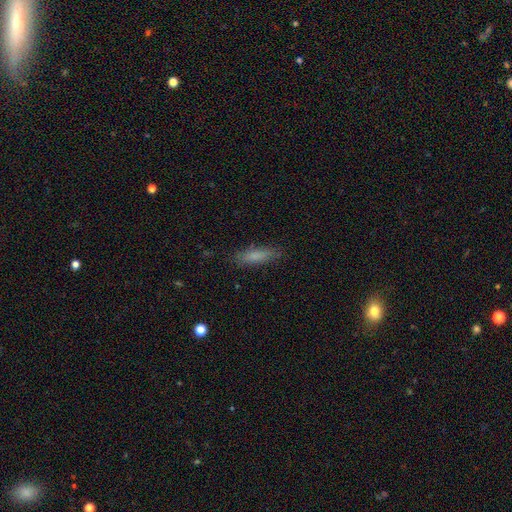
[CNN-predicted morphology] The model was most divided on "how rounded": cigar-shaped: 66%, in between: 32%, round: 2%. More confident: merging — none (82%); smooth or featured — smooth (79%).